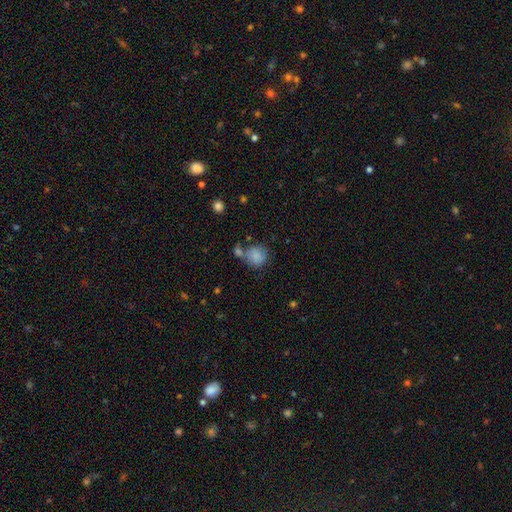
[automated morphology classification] The model was most divided on "merging": none: 48%, merger: 27%, minor disturbance: 17%, major disturbance: 8%. More confident: smooth or featured — smooth (82%); how rounded — round (77%).